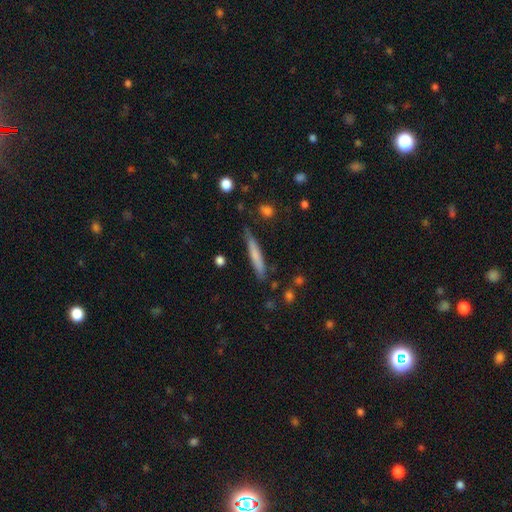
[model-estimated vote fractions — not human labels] A smooth galaxy with no disk features (66%) that is cigar-shaped (94%). Merging: none (80%).